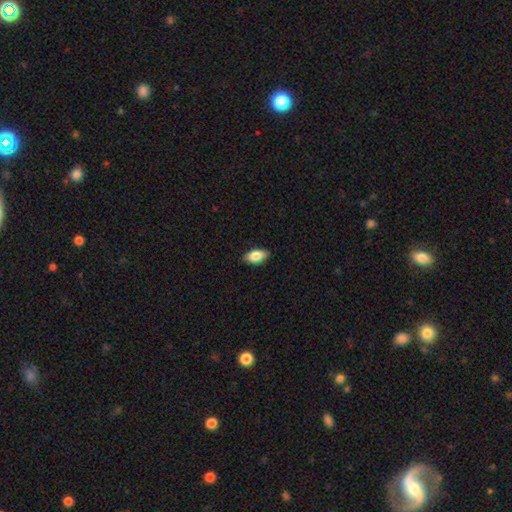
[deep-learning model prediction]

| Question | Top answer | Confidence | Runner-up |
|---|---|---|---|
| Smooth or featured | smooth | 79% | featured or disk (15%) |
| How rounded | in between | 90% | cigar-shaped (6%) |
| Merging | none | 87% | minor disturbance (10%) |